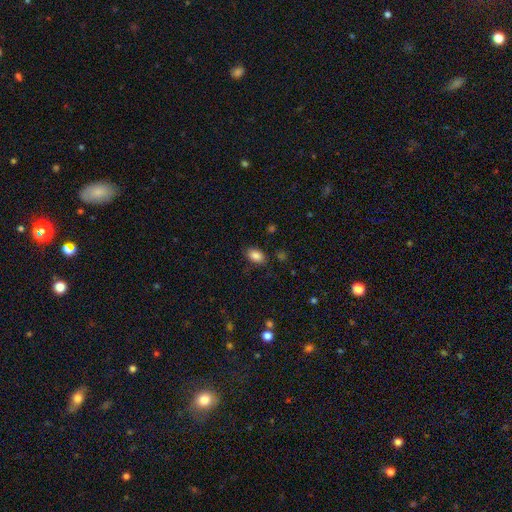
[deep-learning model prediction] The model was most divided on "merging": none: 82%, minor disturbance: 13%, major disturbance: 3%, merger: 2%. More confident: how rounded — in between (86%); smooth or featured — smooth (85%).